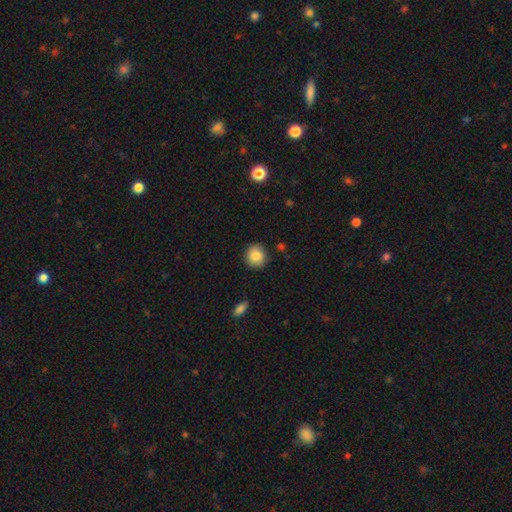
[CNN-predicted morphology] Overall: smooth (85%). How rounded: round (88%). Merging: none (85%).